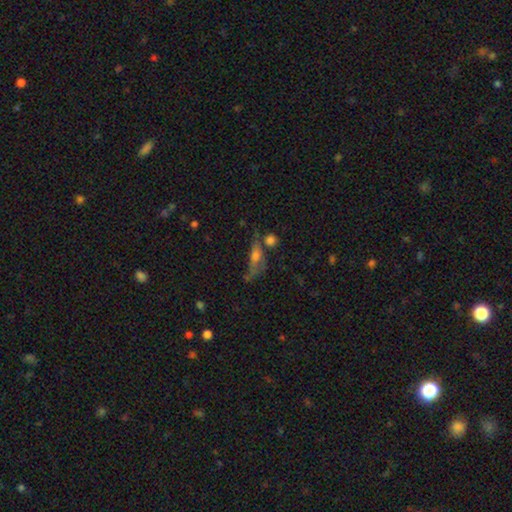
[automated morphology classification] Smooth or featured: smooth — 54% (featured or disk — 31%)
How rounded: in between — 60% (cigar-shaped — 29%)
Merging: none — 36% (minor disturbance — 21%)